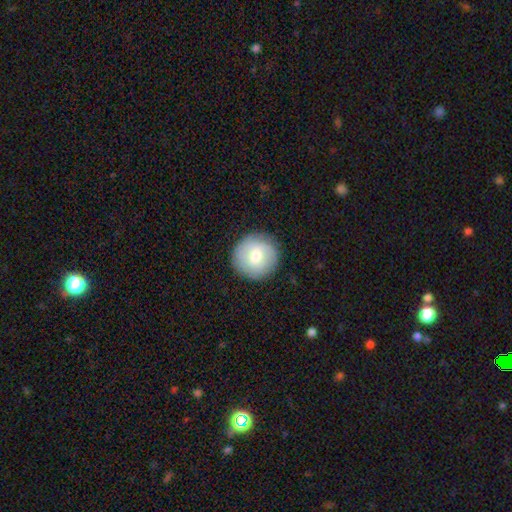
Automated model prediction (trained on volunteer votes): Q: Smooth or featured?
A: smooth (66%); runner-up: featured or disk (27%)
Q: How rounded?
A: round (95%); runner-up: in between (4%)
Q: Merging?
A: none (88%); runner-up: minor disturbance (8%)